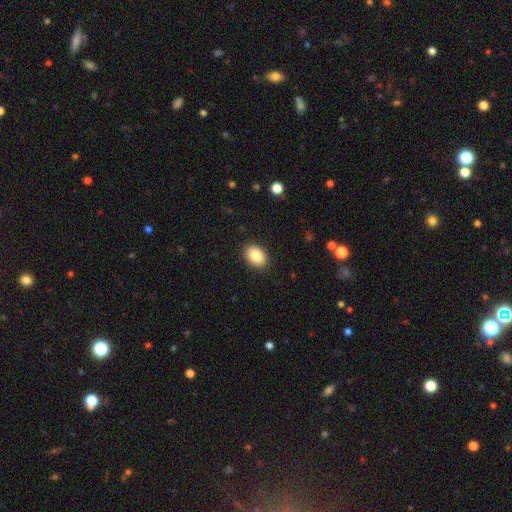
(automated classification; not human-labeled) This is clearly a smooth galaxy (86%). How rounded: clearly in between (83%). Merging: clearly none (90%).